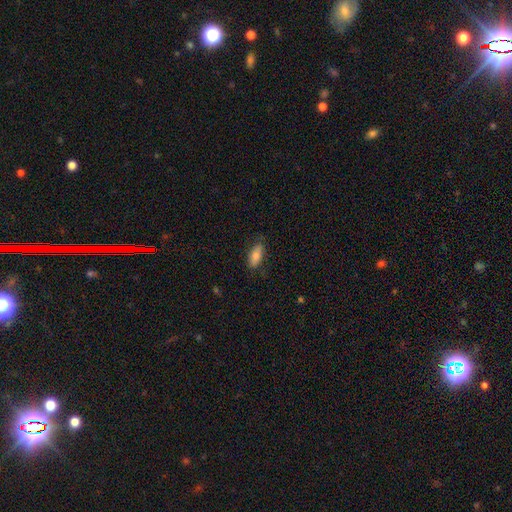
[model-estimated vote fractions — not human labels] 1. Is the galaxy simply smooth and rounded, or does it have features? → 81% smooth, 12% featured or disk, 7% star or artifact.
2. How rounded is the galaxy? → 84% in between, 14% cigar-shaped, 2% round.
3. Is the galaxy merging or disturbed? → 79% none, 16% minor disturbance, 3% major disturbance, 1% merger.